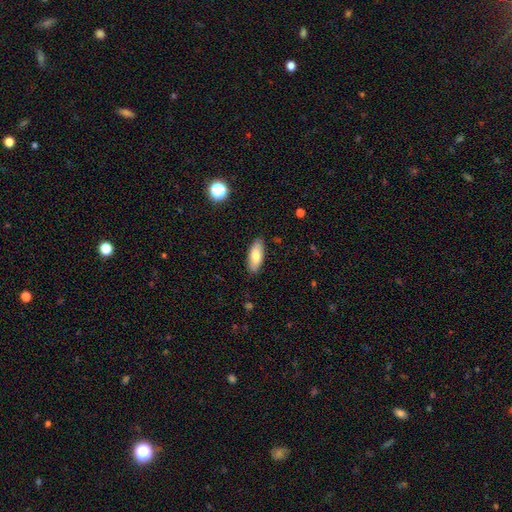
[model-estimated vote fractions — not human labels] Smooth or featured? smooth (75%)
How rounded? in between (81%)
Merging? none (86%)